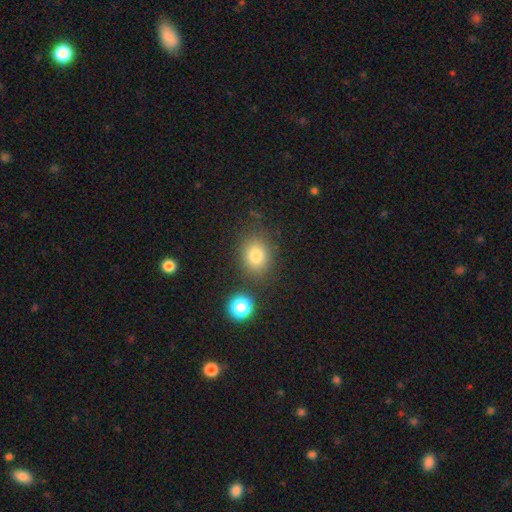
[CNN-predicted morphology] Overall: smooth (79%). How rounded: round (59%; in between 40%). Merging: none (78%).